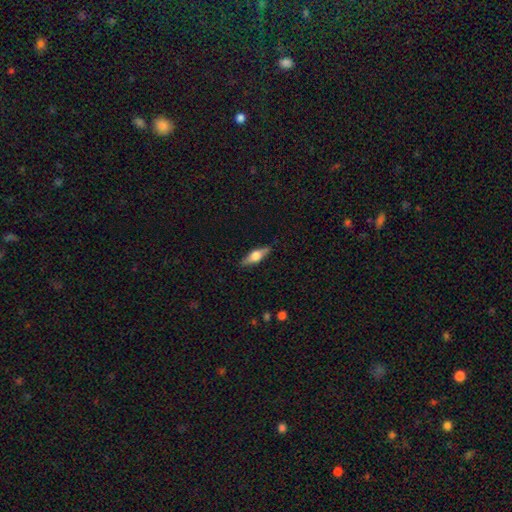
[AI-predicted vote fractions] Smooth or featured? Predicted: featured or disk (p=0.51). Edge-on disk? Predicted: yes (p=0.93). Merging? Predicted: none (p=0.85).